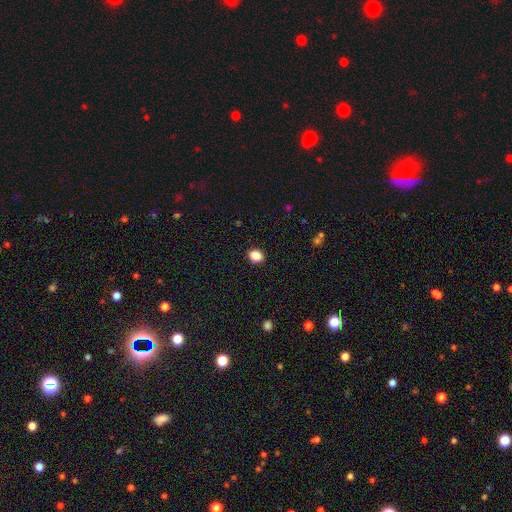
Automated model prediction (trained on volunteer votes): This is clearly a smooth galaxy (87%). How rounded: possibly round (51%). Merging: clearly none (90%).